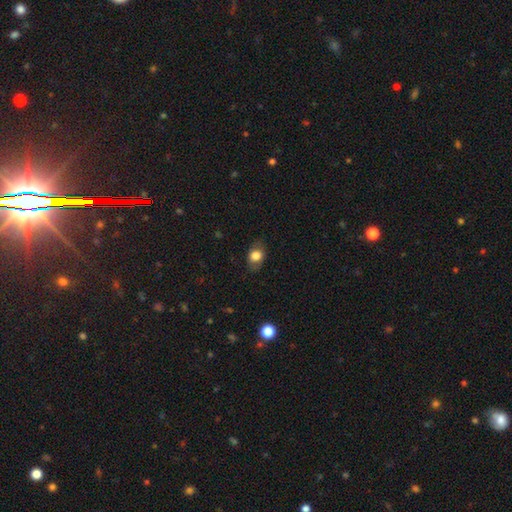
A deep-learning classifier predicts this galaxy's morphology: A smooth galaxy with no disk features (75%) that is in between round and cigar-shaped (72%). Merging: none (80%).